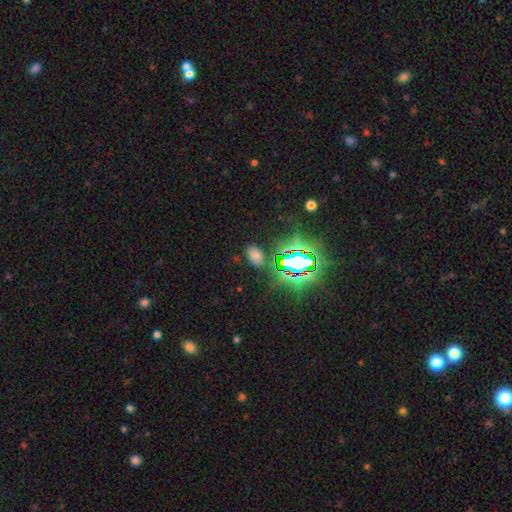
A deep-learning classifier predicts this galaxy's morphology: Smooth or featured? smooth (57%)
How rounded? in between (87%)
Merging? none (80%)